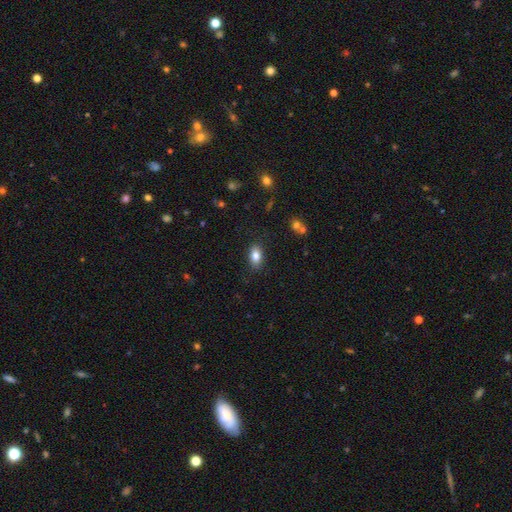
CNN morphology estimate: A smooth galaxy with no disk features (83%) that is in between round and cigar-shaped (89%).

Vote fractions:
- Smooth or featured? smooth: 83% / featured or disk: 9% / star or artifact: 8%
- How rounded? in between: 89% / round: 9% / cigar-shaped: 3%
- Merging? none: 85% / minor disturbance: 11% / major disturbance: 3% / merger: 1%